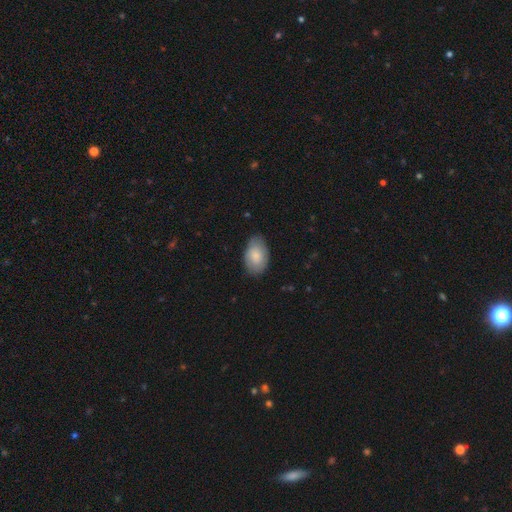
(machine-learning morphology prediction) Smooth or featured: smooth — 79% (featured or disk — 15%)
How rounded: in between — 90% (round — 9%)
Merging: none — 74% (minor disturbance — 22%)